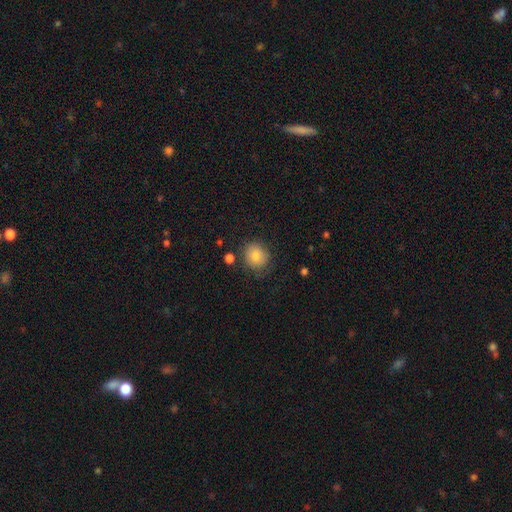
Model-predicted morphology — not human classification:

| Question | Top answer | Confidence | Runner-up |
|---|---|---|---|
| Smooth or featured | smooth | 80% | featured or disk (11%) |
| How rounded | round | 80% | in between (19%) |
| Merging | none | 76% | minor disturbance (16%) |